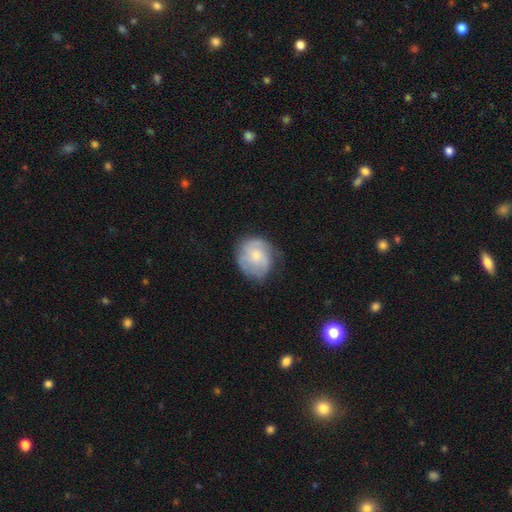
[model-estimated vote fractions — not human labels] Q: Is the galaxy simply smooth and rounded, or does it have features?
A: featured or disk — 53%.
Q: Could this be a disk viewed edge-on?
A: no — 98%.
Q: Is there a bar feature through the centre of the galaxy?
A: no — 72%.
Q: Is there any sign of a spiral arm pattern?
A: yes — 80%.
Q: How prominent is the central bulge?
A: small — 50%.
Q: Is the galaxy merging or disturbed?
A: none — 62%.